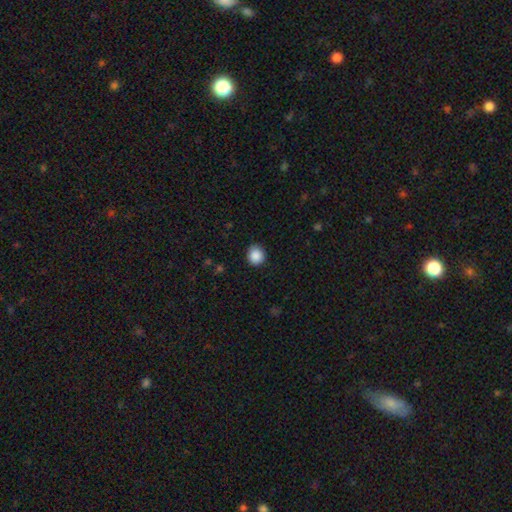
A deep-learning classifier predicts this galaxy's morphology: type=smooth (88%); roundness=round (88%); merging=none (88%).